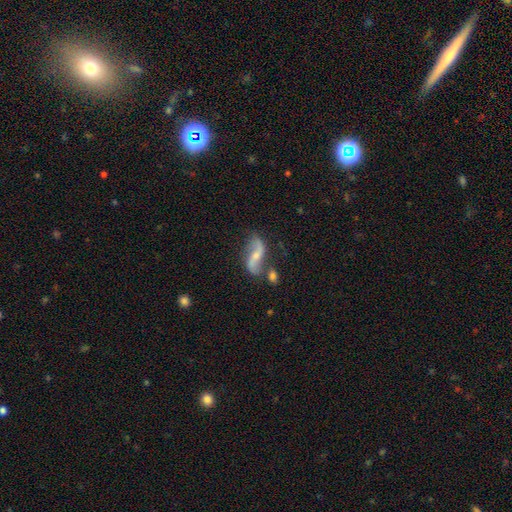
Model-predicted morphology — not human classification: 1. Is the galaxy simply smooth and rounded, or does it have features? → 79% featured or disk, 15% smooth, 6% star or artifact.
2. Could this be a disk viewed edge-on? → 94% no, 6% yes.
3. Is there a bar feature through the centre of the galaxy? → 42% no, 34% weak, 24% strong.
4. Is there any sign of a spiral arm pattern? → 92% yes, 8% no.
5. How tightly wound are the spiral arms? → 82% loose, 13% medium, 5% tight.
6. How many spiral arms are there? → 92% 2, 3% can't tell, 2% 1, 1% 3, 1% 4, 1% more than 4.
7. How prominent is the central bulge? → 57% small, 34% moderate, 6% none, 2% large, 1% dominant.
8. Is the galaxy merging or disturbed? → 59% none, 18% minor disturbance, 15% merger, 8% major disturbance.